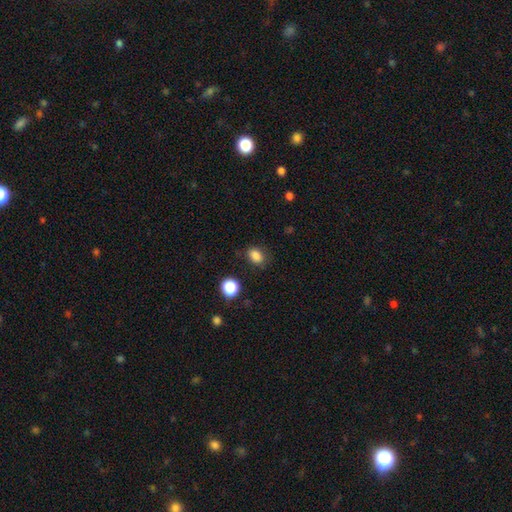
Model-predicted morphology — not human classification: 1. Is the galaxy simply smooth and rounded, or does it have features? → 84% smooth, 11% star or artifact, 4% featured or disk.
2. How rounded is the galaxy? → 68% in between, 31% round, 1% cigar-shaped.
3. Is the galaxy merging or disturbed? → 79% none, 14% minor disturbance, 4% major disturbance, 3% merger.